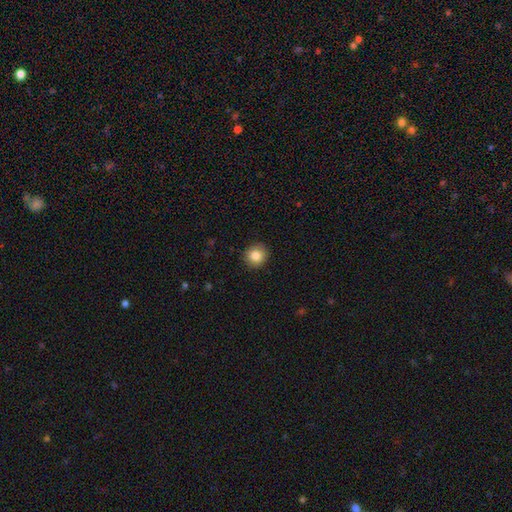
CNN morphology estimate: This is clearly a smooth galaxy (85%). How rounded: clearly round (90%). Merging: clearly none (90%).